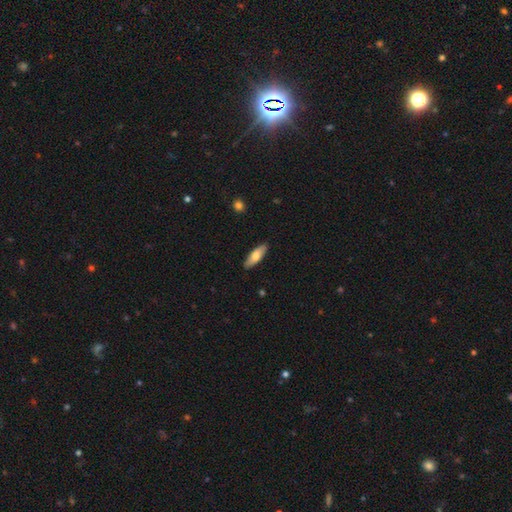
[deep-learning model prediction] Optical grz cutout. It shows a smooth galaxy with no disk features (73%) that is in between round and cigar-shaped (55%). Merging: none (88%).